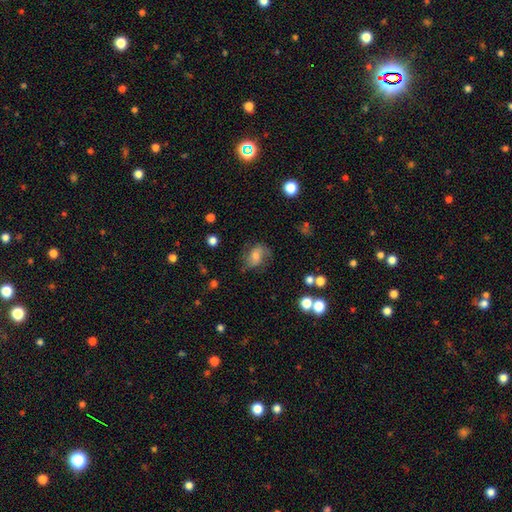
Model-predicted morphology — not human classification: This appears to be a featured or disk galaxy (46%). Merging: none (60%).